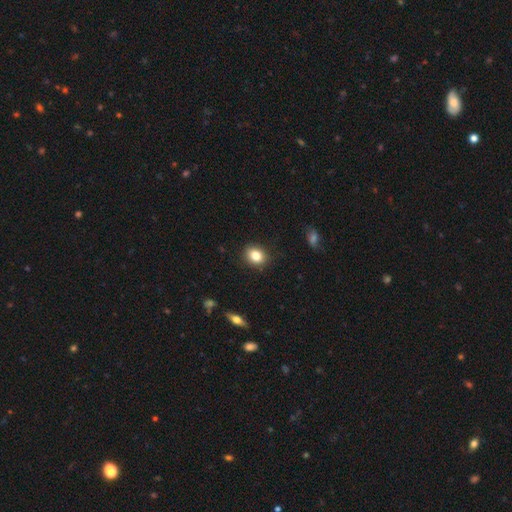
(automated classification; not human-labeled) Smooth or featured?
  - smooth: 83% *
  - star or artifact: 10%
  - featured or disk: 7%
How rounded?
  - round: 54% *
  - in between: 45%
  - cigar-shaped: 1%
Merging?
  - none: 87% *
  - minor disturbance: 9%
  - major disturbance: 2%
  - merger: 1%